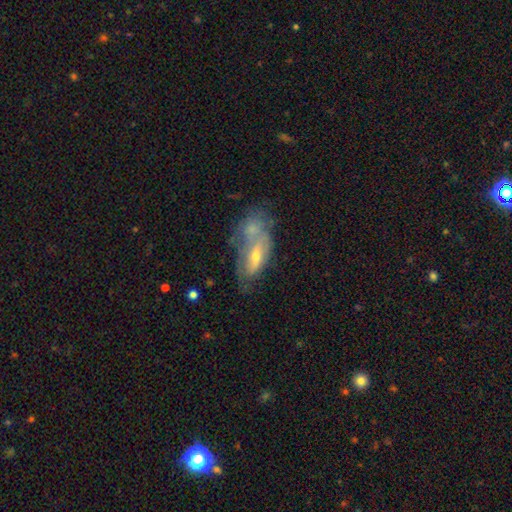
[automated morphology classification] Smooth or featured? Predicted: featured or disk (p=0.50). Edge-on disk? Predicted: no (p=0.84). Merging? Predicted: merger (p=0.46).